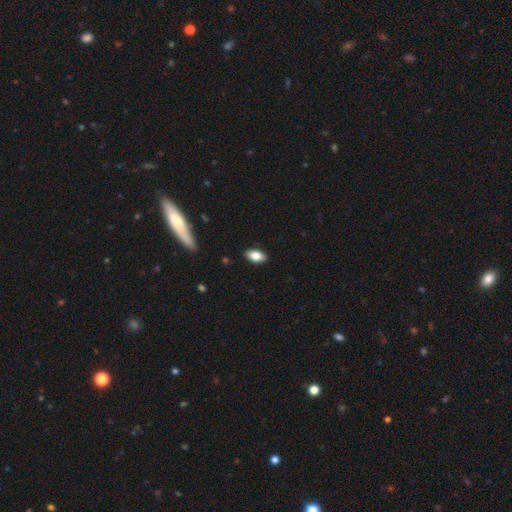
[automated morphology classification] This is clearly a smooth galaxy (80%). How rounded: clearly in between (91%). Merging: clearly none (89%).